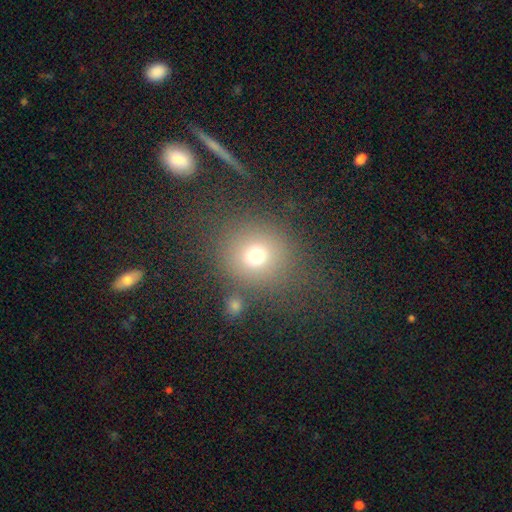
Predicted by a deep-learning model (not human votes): The model was most divided on "smooth or featured": smooth: 71%, star or artifact: 18%, featured or disk: 11%. More confident: how rounded — round (86%); merging — none (74%).